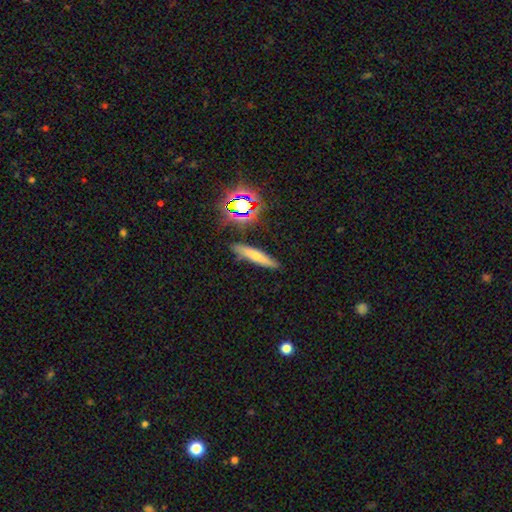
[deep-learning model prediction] Overall: smooth (56%; featured or disk 27%). How rounded: cigar-shaped (84%). Merging: none (84%).